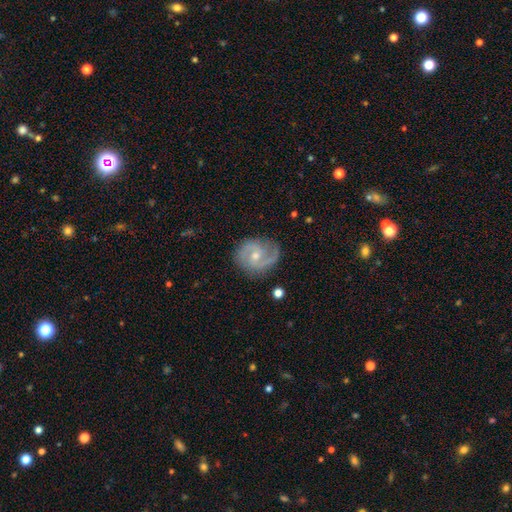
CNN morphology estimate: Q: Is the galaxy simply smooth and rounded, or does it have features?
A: featured or disk — 86%.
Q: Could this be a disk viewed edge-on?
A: no — 98%.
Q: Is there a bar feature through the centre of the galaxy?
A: no — 46%.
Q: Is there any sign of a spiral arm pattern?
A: yes — 97%.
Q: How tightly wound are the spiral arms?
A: medium — 55%.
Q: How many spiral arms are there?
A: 2 — 88%.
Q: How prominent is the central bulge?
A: moderate — 52%.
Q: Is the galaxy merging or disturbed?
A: none — 78%.